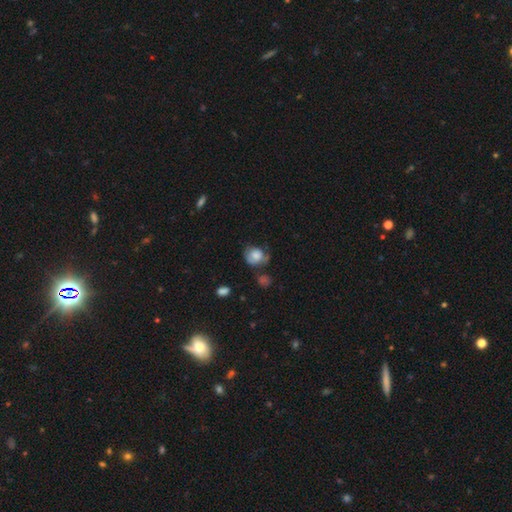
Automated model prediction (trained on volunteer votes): This appears to be a smooth galaxy with no disk features (70%) that is round (64%). Merging: none (43%).